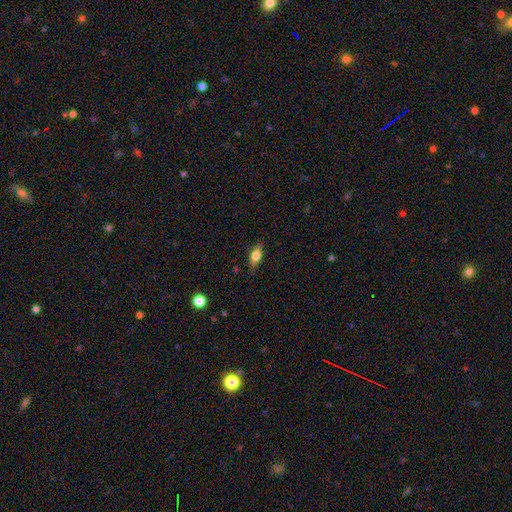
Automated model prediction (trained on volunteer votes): smooth_or_featured: smooth (p=0.68) [alt: featured or disk p=0.24]
how_rounded: in between (p=0.75) [alt: cigar-shaped p=0.19]
merging: none (p=0.79) [alt: minor disturbance p=0.17]